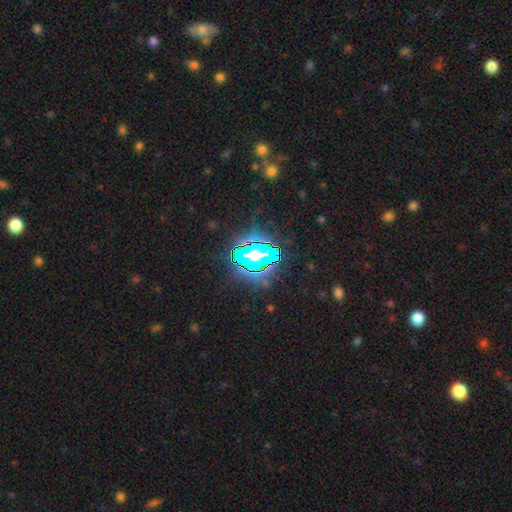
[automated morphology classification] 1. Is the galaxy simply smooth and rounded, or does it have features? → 70% star or artifact, 16% smooth, 13% featured or disk.